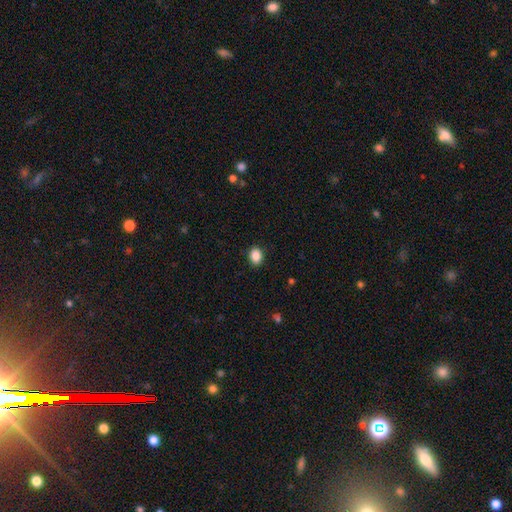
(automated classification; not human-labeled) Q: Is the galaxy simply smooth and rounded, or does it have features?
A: smooth — 88%.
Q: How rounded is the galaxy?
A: in between — 60%.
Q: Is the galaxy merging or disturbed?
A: none — 89%.